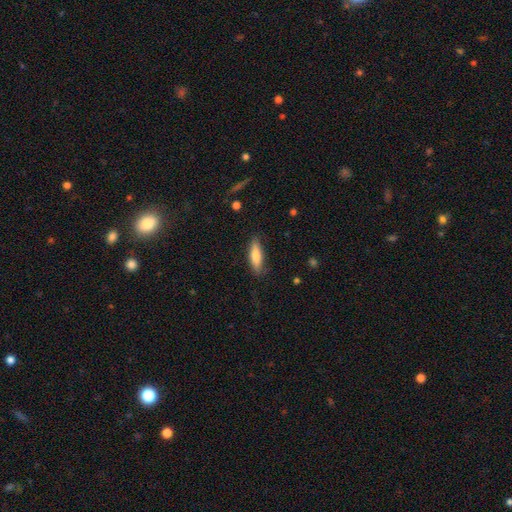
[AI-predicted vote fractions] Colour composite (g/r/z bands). It shows a smooth galaxy with no disk features (76%) that is cigar-shaped (56%). Merging: none (83%).